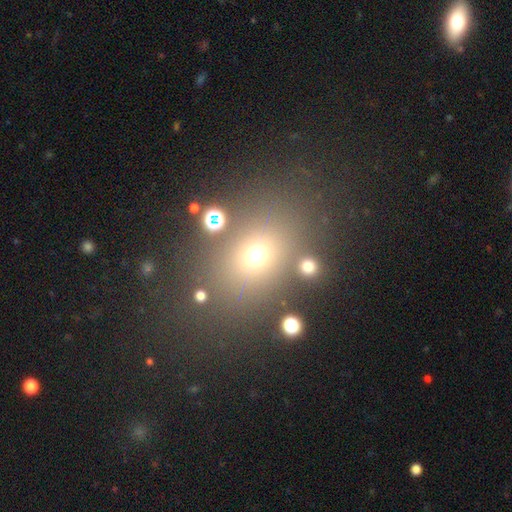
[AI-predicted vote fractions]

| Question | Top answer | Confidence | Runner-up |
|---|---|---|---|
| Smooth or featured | smooth | 65% | star or artifact (23%) |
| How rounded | in between | 56% | round (42%) |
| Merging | none | 75% | minor disturbance (12%) |